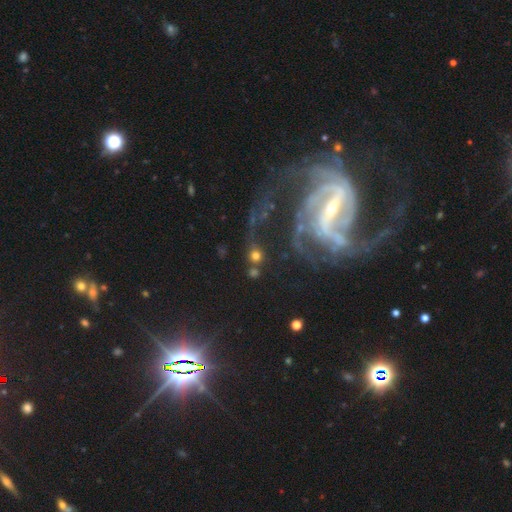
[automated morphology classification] smooth-or-featured: smooth: 65% | featured or disk: 18% | star or artifact: 17%
  how-rounded: round: 91% | in between: 7% | cigar-shaped: 1%
  merging: none: 59% | merger: 18% | minor disturbance: 12% | major disturbance: 12%